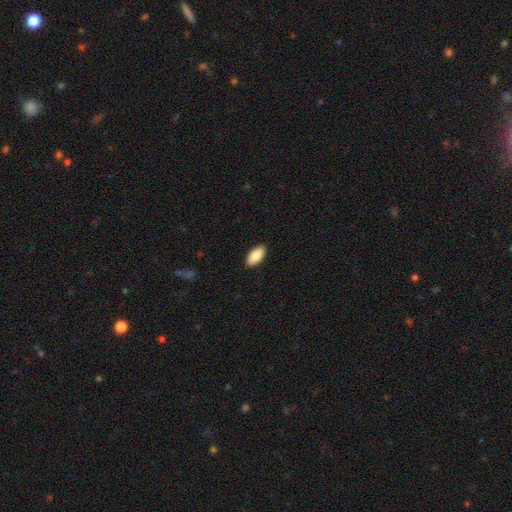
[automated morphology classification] Overall: smooth (87%). How rounded: in between (93%). Merging: none (90%).